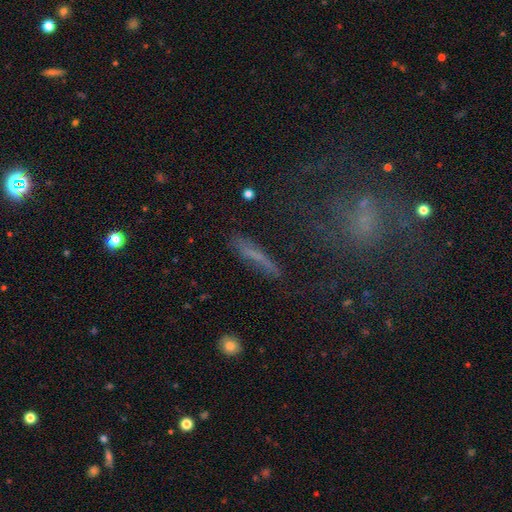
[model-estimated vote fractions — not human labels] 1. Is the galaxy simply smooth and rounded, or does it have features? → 50% smooth, 33% featured or disk, 17% star or artifact.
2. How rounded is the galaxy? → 87% cigar-shaped, 9% in between, 4% round.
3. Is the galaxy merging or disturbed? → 77% none, 15% minor disturbance, 6% major disturbance, 3% merger.